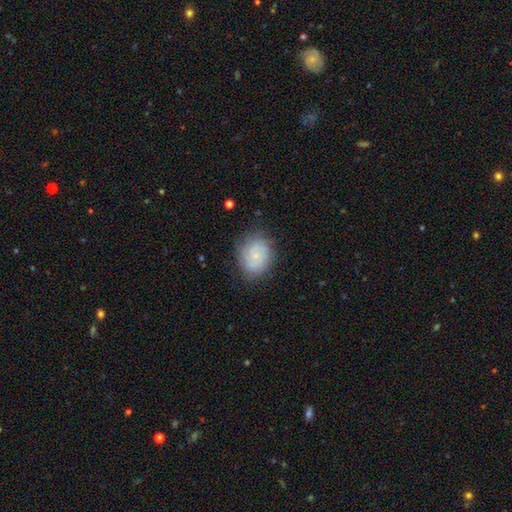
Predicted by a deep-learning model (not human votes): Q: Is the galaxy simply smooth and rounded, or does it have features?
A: smooth — 57%.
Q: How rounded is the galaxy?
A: round — 51%.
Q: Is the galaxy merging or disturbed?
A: none — 75%.